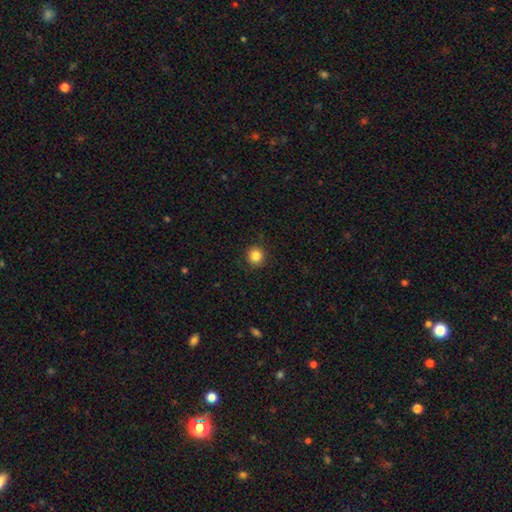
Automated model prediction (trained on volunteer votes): smooth_or_featured: smooth (p=0.84) [alt: star or artifact p=0.11]
how_rounded: round (p=0.94) [alt: in between p=0.05]
merging: none (p=0.91) [alt: minor disturbance p=0.06]